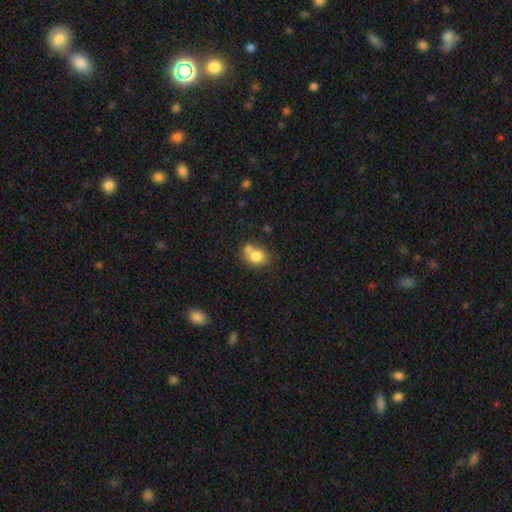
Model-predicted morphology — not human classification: Smooth or featured?
  - smooth: 79% *
  - featured or disk: 11%
  - star or artifact: 10%
How rounded?
  - round: 54% *
  - in between: 45%
  - cigar-shaped: 1%
Merging?
  - none: 45% *
  - merger: 34%
  - minor disturbance: 16%
  - major disturbance: 5%